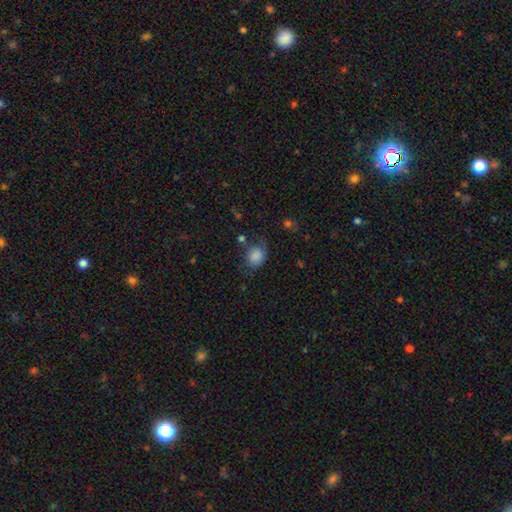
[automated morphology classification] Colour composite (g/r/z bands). It shows a smooth galaxy with no disk features (83%) that is round (56%). Merging: none (57%).